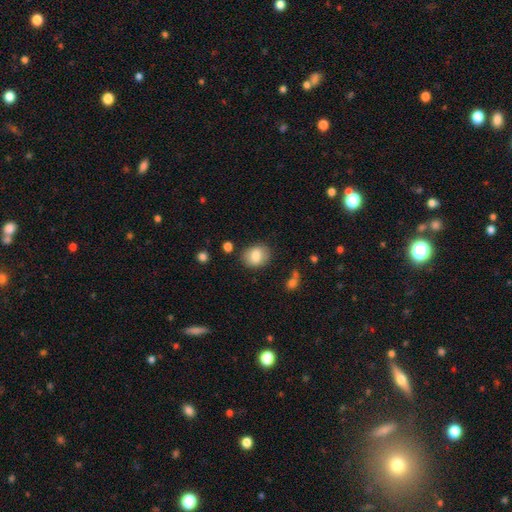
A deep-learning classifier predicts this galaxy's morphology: Overall: smooth (79%). How rounded: in between (52%; round 47%). Merging: none (80%).